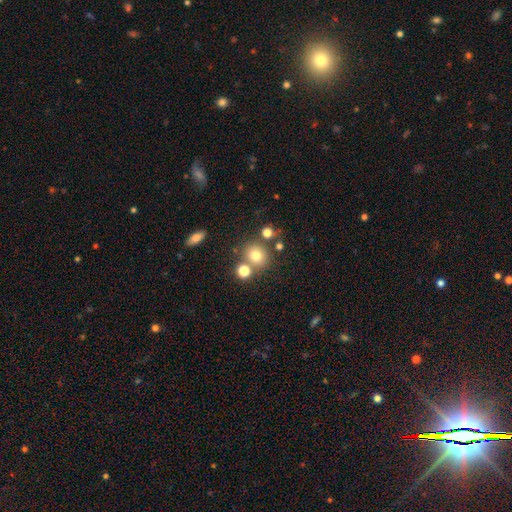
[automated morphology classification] Smooth or featured: smooth — 75% (star or artifact — 15%)
How rounded: round — 82% (in between — 17%)
Merging: none — 70% (merger — 17%)